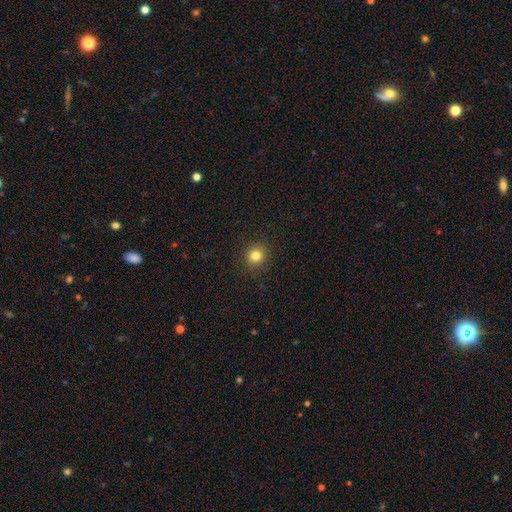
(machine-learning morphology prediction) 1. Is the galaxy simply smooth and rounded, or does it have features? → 82% smooth, 13% star or artifact, 5% featured or disk.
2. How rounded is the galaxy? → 88% round, 11% in between, 1% cigar-shaped.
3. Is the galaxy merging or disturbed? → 91% none, 6% minor disturbance, 2% major disturbance, 1% merger.